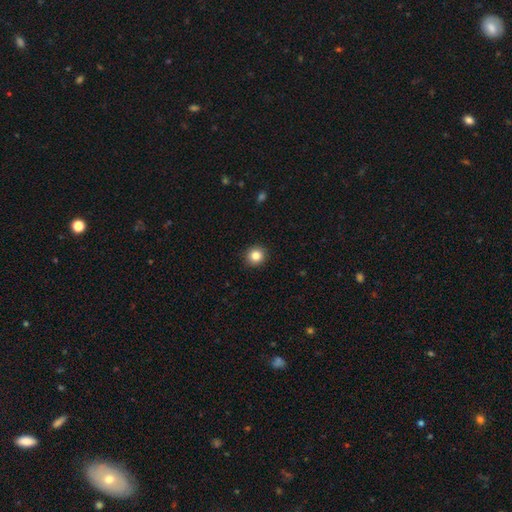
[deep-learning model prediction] Smooth or featured: smooth — 84% (star or artifact — 11%)
How rounded: round — 93% (in between — 6%)
Merging: none — 93% (minor disturbance — 5%)